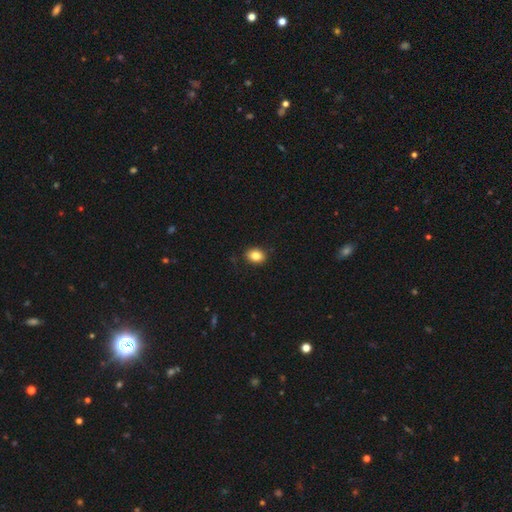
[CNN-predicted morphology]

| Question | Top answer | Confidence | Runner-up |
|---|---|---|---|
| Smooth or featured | smooth | 85% | star or artifact (9%) |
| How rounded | in between | 63% | round (36%) |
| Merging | none | 87% | minor disturbance (10%) |